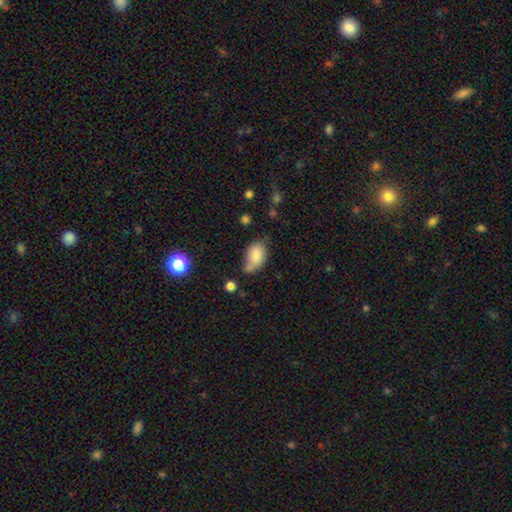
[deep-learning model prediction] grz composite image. It shows a smooth galaxy with no disk features (79%) that is in between round and cigar-shaped (87%). Merging: none (41%).